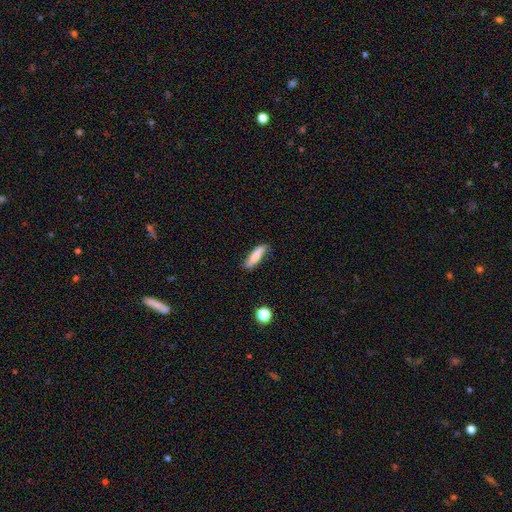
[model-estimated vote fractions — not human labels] Smooth or featured? smooth (77%)
How rounded? cigar-shaped (72%)
Merging? none (72%)